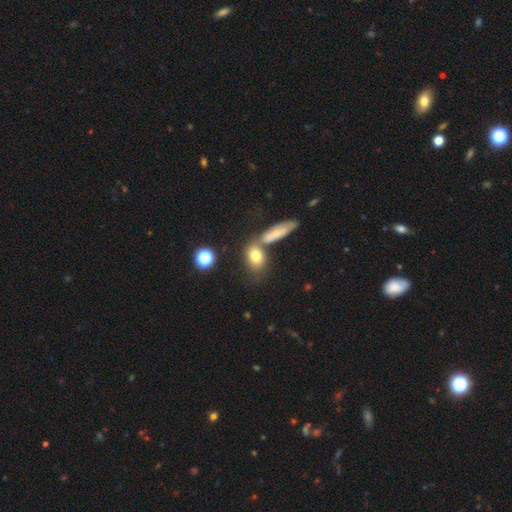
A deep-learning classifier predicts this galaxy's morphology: Smooth or featured?
  - smooth: 74% *
  - featured or disk: 15%
  - star or artifact: 11%
How rounded?
  - in between: 68% *
  - round: 25%
  - cigar-shaped: 7%
Merging?
  - none: 49% *
  - merger: 34%
  - minor disturbance: 12%
  - major disturbance: 5%